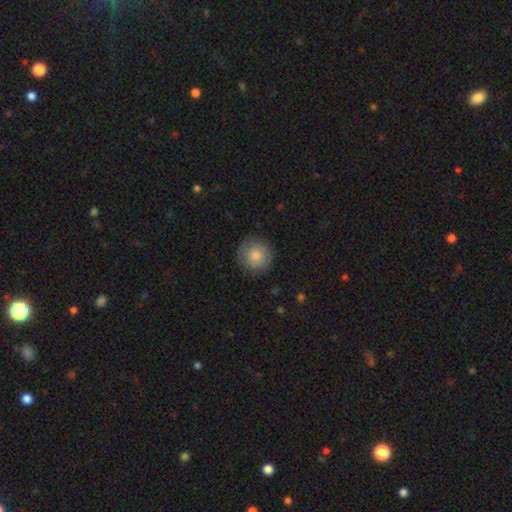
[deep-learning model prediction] smooth 83%, featured or disk 10%, star or artifact 7%. Down the decision tree: how rounded — round (94%); merging — none (86%).